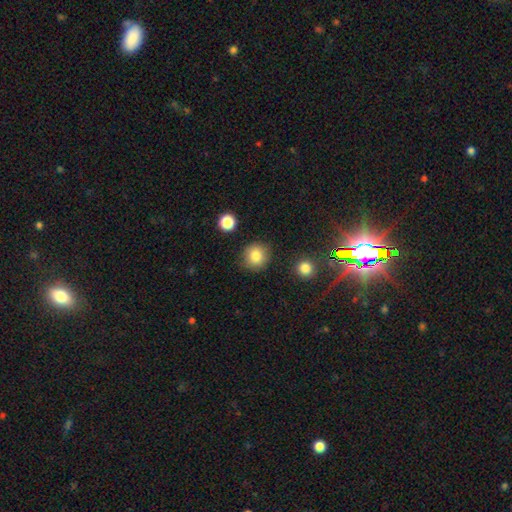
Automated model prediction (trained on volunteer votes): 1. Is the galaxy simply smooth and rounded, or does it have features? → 84% smooth, 10% star or artifact, 6% featured or disk.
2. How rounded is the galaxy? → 90% round, 9% in between, 1% cigar-shaped.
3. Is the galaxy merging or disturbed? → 87% none, 8% minor disturbance, 3% major disturbance, 2% merger.